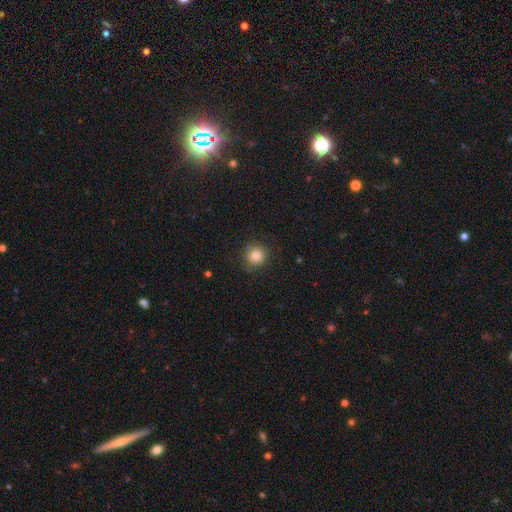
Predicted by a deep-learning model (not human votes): Smooth or featured: smooth — 83% (star or artifact — 11%)
How rounded: round — 92% (in between — 7%)
Merging: none — 86% (minor disturbance — 10%)